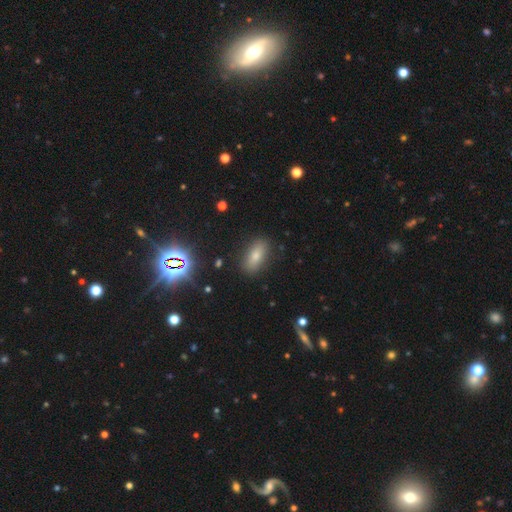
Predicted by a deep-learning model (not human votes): smooth 75%, featured or disk 14%, star or artifact 11%. Down the decision tree: how rounded — in between (80%); merging — none (85%).